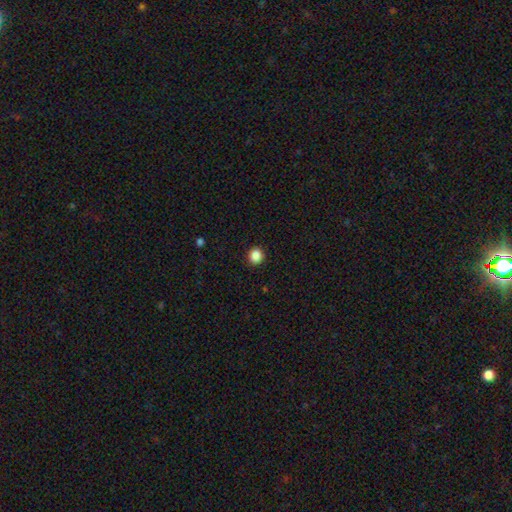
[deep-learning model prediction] This is clearly a smooth galaxy (87%). How rounded: clearly round (90%). Merging: clearly none (93%).